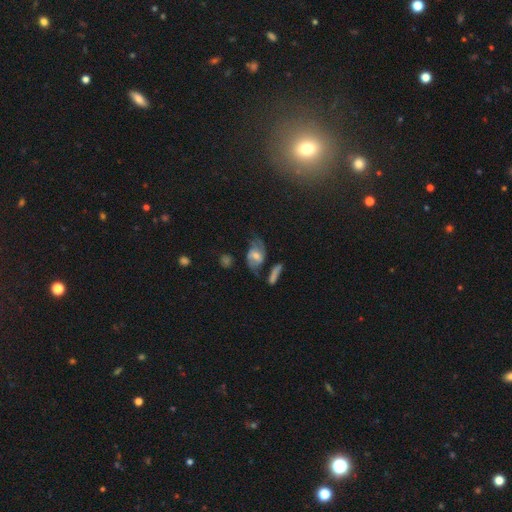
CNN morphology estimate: A featured or disk galaxy (63%) with a weak bar (45%), spiral arms (84%) and a moderate central bulge (58%). Merging: none (50%).